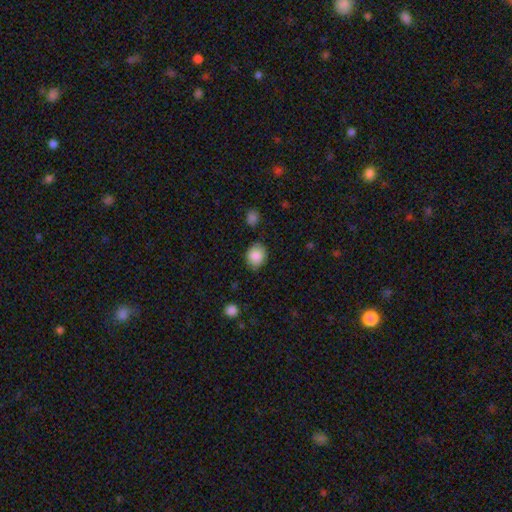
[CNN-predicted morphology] type=smooth (86%); roundness=round (66%); merging=none (81%).